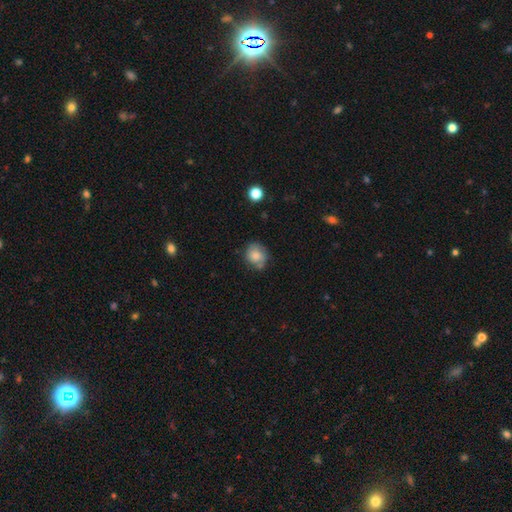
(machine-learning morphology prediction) This is likely a smooth galaxy (74%). How rounded: likely round (74%). Merging: likely none (63%).